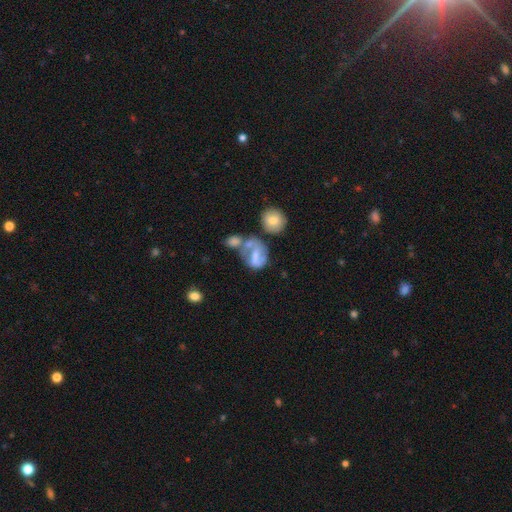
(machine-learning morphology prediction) Q: Smooth or featured?
A: featured or disk (47%); runner-up: smooth (43%)
Q: Merging?
A: merger (41%); runner-up: none (25%)